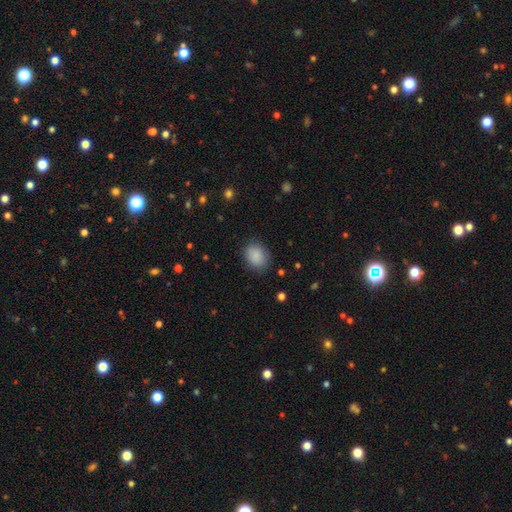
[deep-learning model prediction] This appears to be a smooth galaxy with no disk features (87%) that is in between round and cigar-shaped (51%). Merging: none (82%).